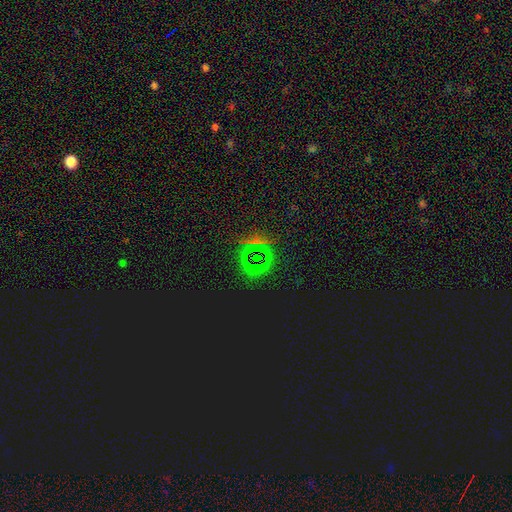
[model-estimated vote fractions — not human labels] star or artifact 79%, smooth 13%, featured or disk 7%.